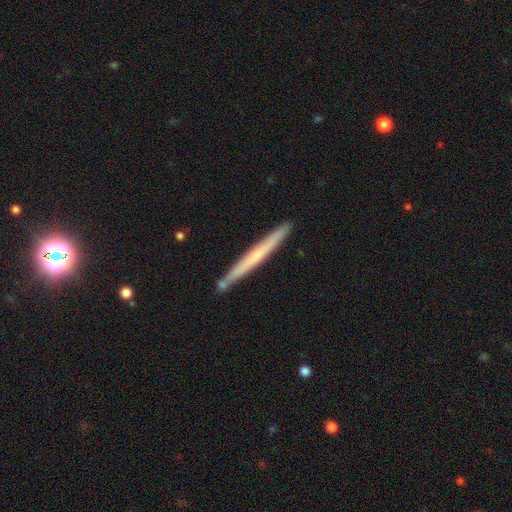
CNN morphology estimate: A featured or disk galaxy (49%). Merging: none (87%).